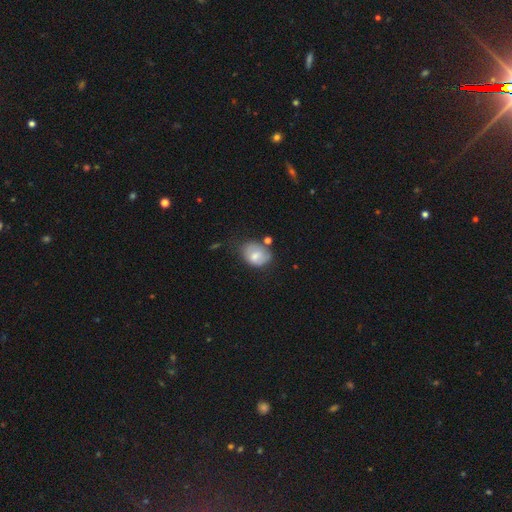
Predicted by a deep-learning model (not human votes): This appears to be a smooth galaxy with no disk features (68%) that is in between round and cigar-shaped (60%). Merging: none (49%).